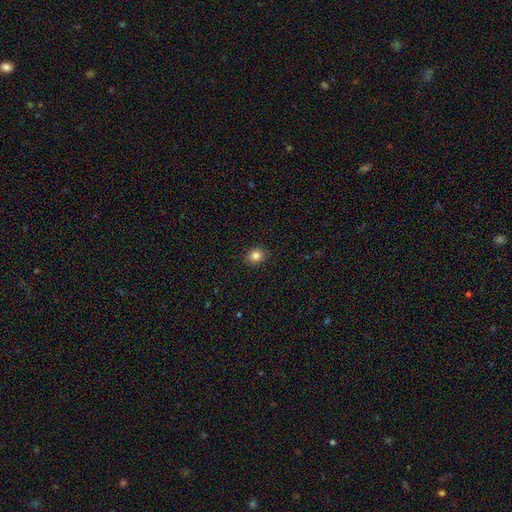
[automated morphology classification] Smooth or featured? Predicted: smooth (p=0.84). How rounded? Predicted: round (p=0.64). Merging? Predicted: none (p=0.89).